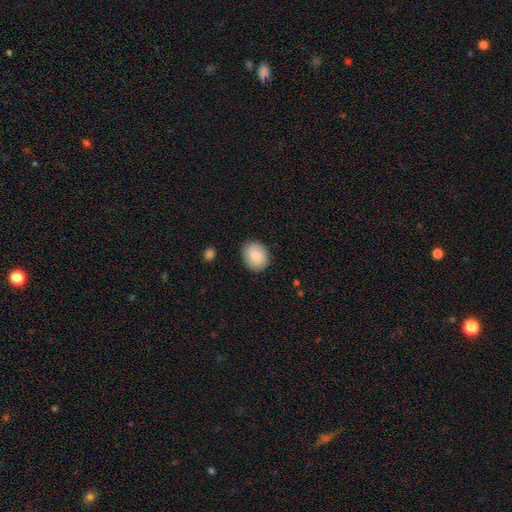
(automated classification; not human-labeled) This appears to be a smooth galaxy with no disk features (82%) that is round (54%). Merging: none (85%).